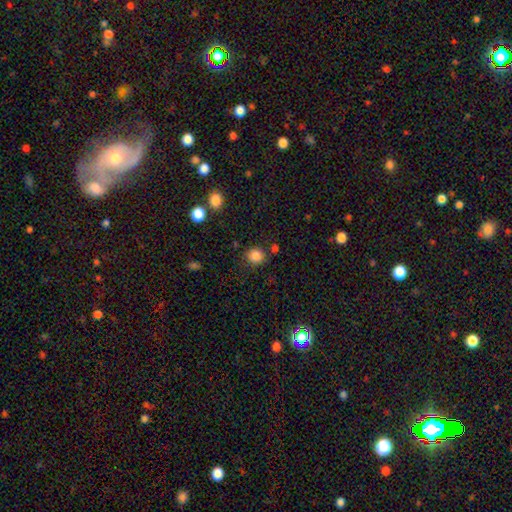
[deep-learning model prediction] This appears to be a smooth galaxy with no disk features (85%) that is round (86%). Merging: none (81%).